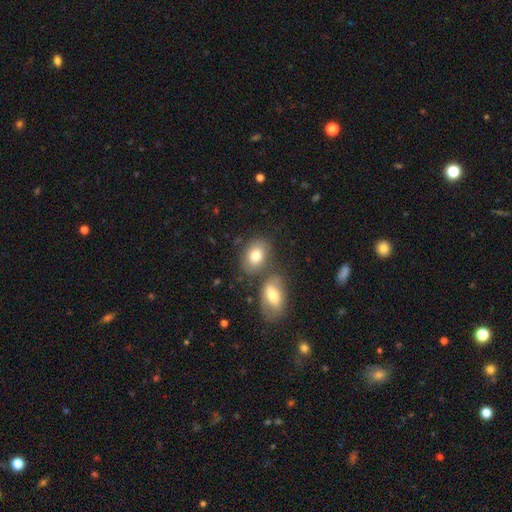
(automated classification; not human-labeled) Morphology: type=smooth (77%); roundness=in between (73%); merging=none (56%).